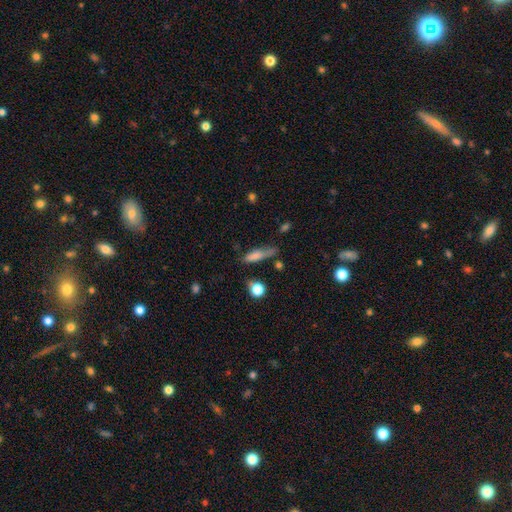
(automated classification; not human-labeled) A smooth galaxy with no disk features (75%) that is cigar-shaped (60%). Merging: none (44%).